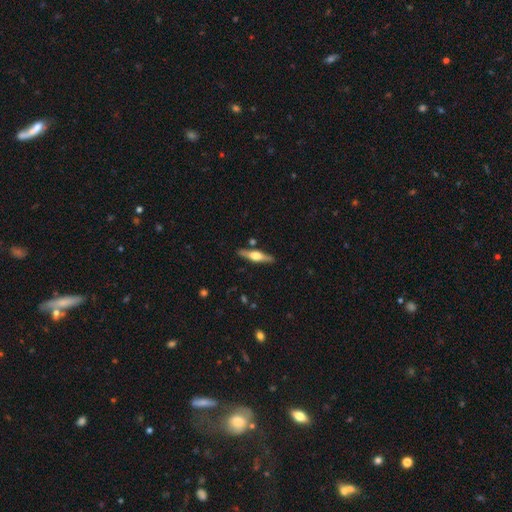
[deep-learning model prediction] featured or disk 67%, smooth 28%, star or artifact 6%. Down the decision tree: edge-on disk — yes (96%); edge-on bulge — rounded (93%); merging — none (88%).